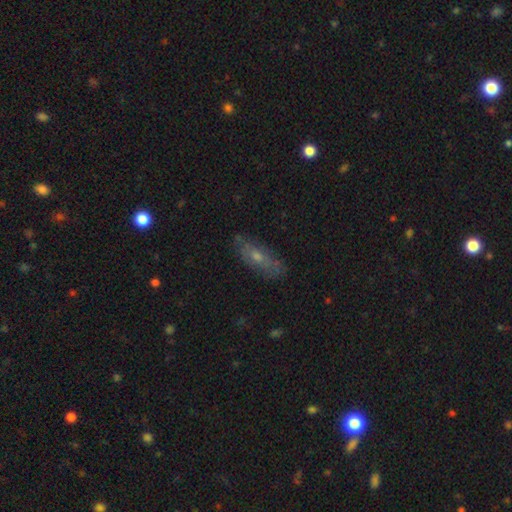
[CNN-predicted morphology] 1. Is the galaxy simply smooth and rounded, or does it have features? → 45% featured or disk, 44% smooth, 10% star or artifact.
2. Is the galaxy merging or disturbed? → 76% none, 18% minor disturbance, 5% major disturbance, 2% merger.